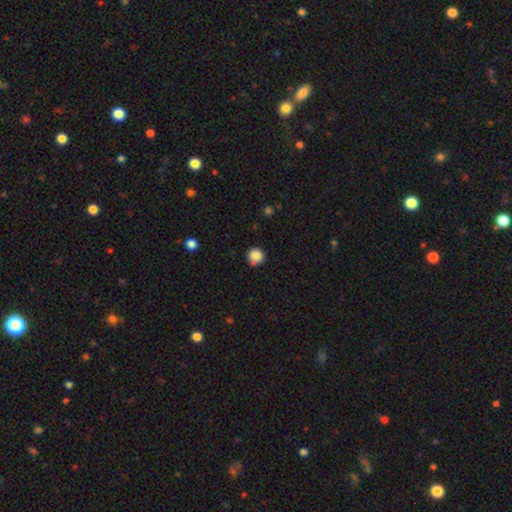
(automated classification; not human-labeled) Q: Smooth or featured?
A: smooth (86%); runner-up: star or artifact (10%)
Q: How rounded?
A: round (92%); runner-up: in between (7%)
Q: Merging?
A: none (78%); runner-up: minor disturbance (15%)